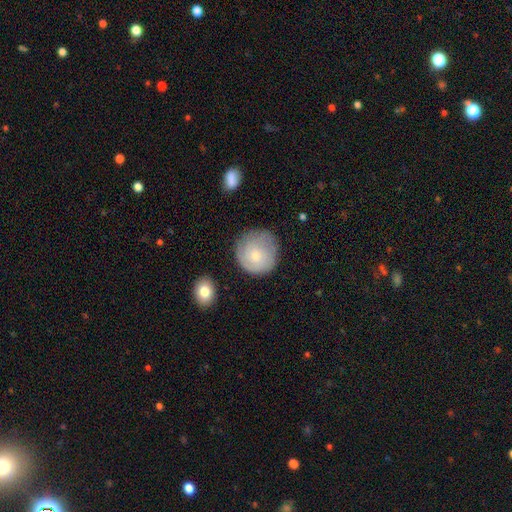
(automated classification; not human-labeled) Smooth or featured: smooth — 63% (featured or disk — 30%)
How rounded: round — 91% (in between — 8%)
Merging: none — 74% (minor disturbance — 19%)